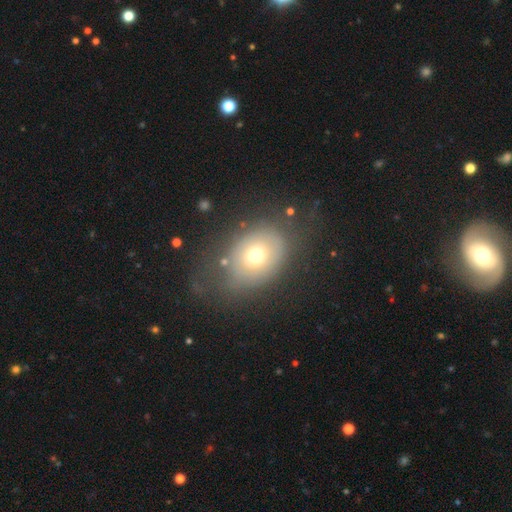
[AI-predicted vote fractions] The model was most divided on "how rounded": in between: 60%, round: 39%, cigar-shaped: 1%. More confident: smooth or featured — smooth (62%); merging — none (55%).